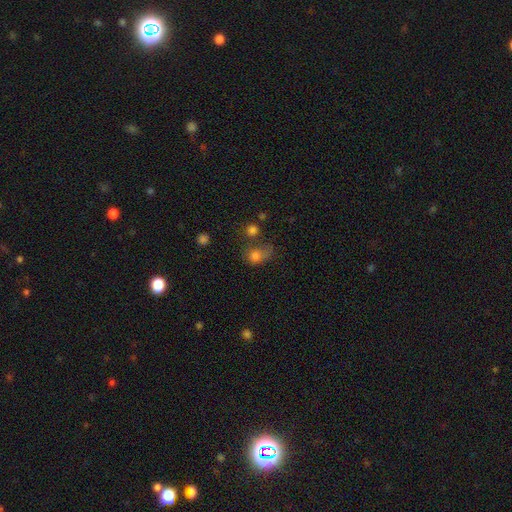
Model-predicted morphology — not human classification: smooth_or_featured: smooth (p=0.74) [alt: star or artifact p=0.14]
how_rounded: round (p=0.56) [alt: in between p=0.43]
merging: none (p=0.32) [alt: major disturbance p=0.24]